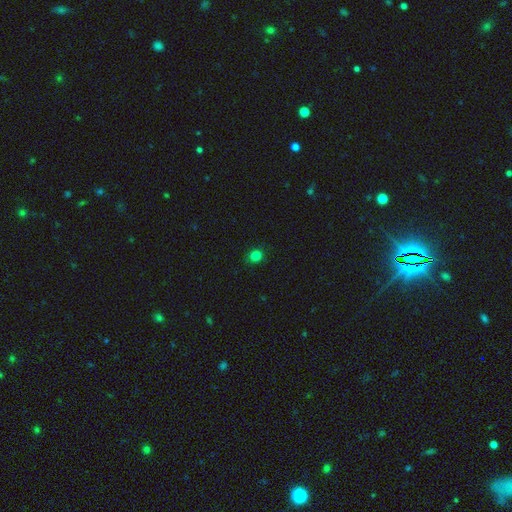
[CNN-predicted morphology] The model was most divided on "how rounded": round: 79%, in between: 20%, cigar-shaped: 1%. More confident: merging — none (88%); smooth or featured — smooth (81%).